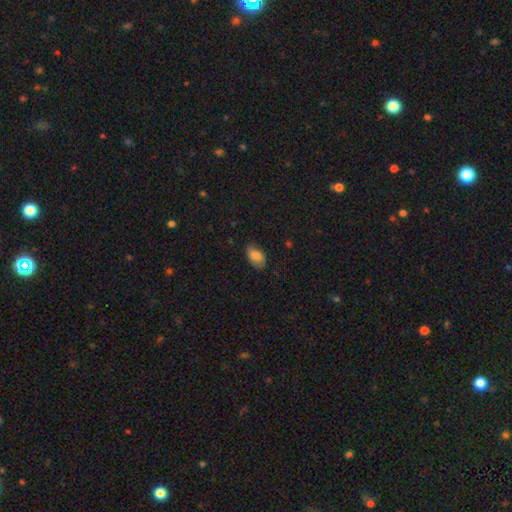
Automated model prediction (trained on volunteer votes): This appears to be a smooth galaxy with no disk features (82%) that is in between round and cigar-shaped (92%). Merging: none (76%).